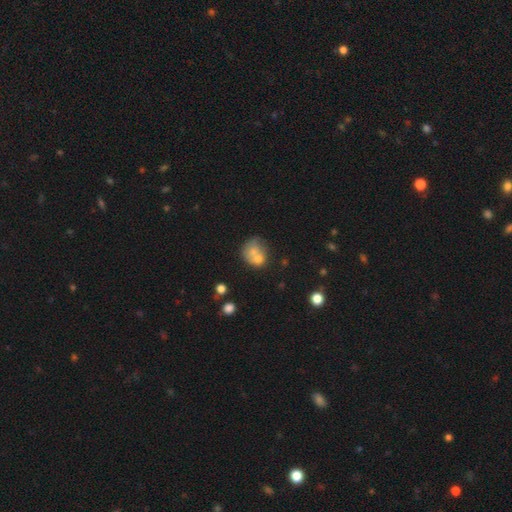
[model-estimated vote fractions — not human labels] Smooth or featured?
  - smooth: 66% *
  - featured or disk: 24%
  - star or artifact: 10%
How rounded?
  - round: 61% *
  - in between: 38%
  - cigar-shaped: 1%
Merging?
  - merger: 52% *
  - none: 27%
  - minor disturbance: 13%
  - major disturbance: 8%